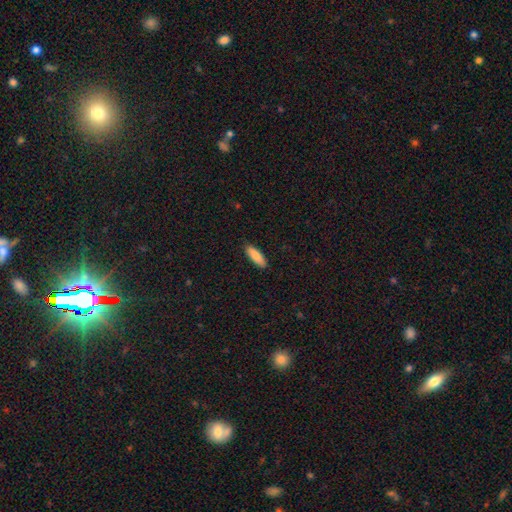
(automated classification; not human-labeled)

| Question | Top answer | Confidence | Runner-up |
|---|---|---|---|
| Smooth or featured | smooth | 88% | featured or disk (7%) |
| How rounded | cigar-shaped | 50% | in between (49%) |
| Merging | none | 89% | minor disturbance (8%) |